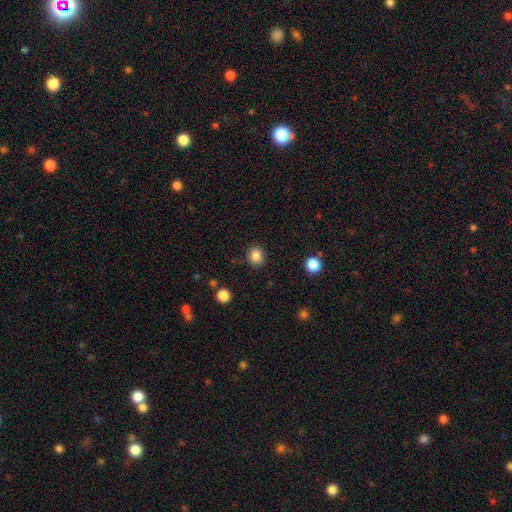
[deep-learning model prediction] Overall: smooth (85%). How rounded: round (79%). Merging: none (86%).